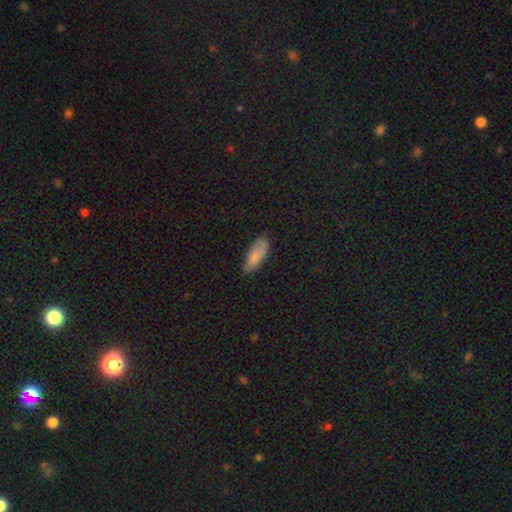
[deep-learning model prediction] A smooth galaxy with no disk features (81%) that is in between round and cigar-shaped (72%).

Vote fractions:
- Smooth or featured? smooth: 81% / featured or disk: 12% / star or artifact: 7%
- How rounded? in between: 72% / cigar-shaped: 26% / round: 2%
- Merging? none: 71% / minor disturbance: 23% / major disturbance: 4% / merger: 2%